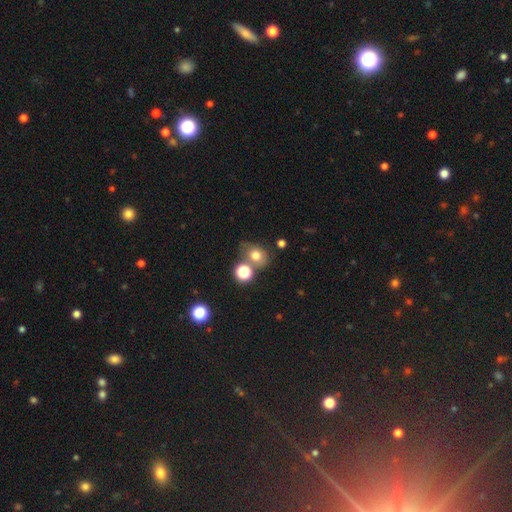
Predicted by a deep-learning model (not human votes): Smooth or featured? smooth (73%)
How rounded? round (52%)
Merging? none (54%)